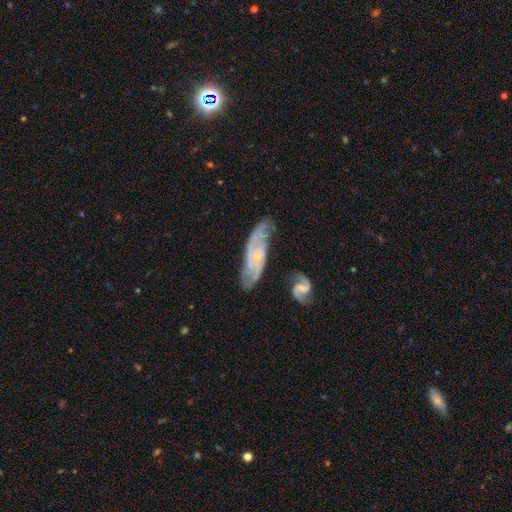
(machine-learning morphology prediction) A featured or disk galaxy (80%) with no bar (59%), 2 (52%) medium (43%) spiral arms (93%) and a small central bulge (76%).

Vote fractions:
- Smooth or featured? featured or disk: 80% / smooth: 13% / star or artifact: 6%
- Edge-on disk? no: 87% / yes: 13%
- Bar? no: 59% / weak: 33% / strong: 8%
- Spiral arms? yes: 93% / no: 7%
- Spiral winding? medium: 43% / tight: 41% / loose: 16%
- Spiral arm count? 2: 52% / can't tell: 25% / 3: 13% / 4: 4% / 1: 4% / more than 4: 3%
- Bulge size? small: 76% / moderate: 15% / none: 7% / large: 1% / dominant: 1%
- Merging? none: 62% / minor disturbance: 22% / merger: 8% / major disturbance: 8%